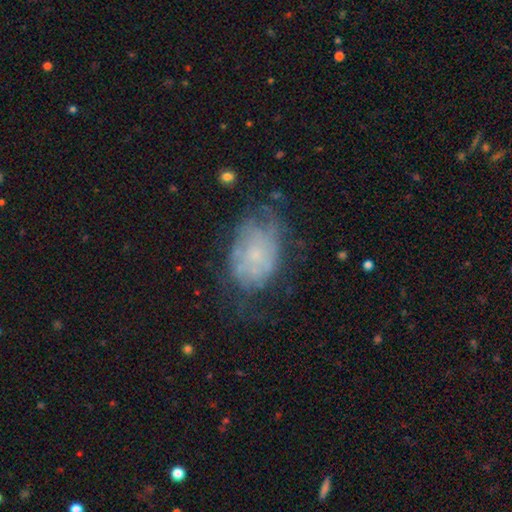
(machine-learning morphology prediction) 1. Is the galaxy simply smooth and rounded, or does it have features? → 56% featured or disk, 34% smooth, 10% star or artifact.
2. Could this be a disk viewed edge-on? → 96% no, 4% yes.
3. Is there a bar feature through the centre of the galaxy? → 84% no, 14% weak, 2% strong.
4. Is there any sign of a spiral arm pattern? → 55% yes, 45% no.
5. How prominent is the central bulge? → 58% small, 20% moderate, 18% none, 3% large, 1% dominant.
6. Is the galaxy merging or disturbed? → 48% none, 28% minor disturbance, 21% major disturbance, 3% merger.